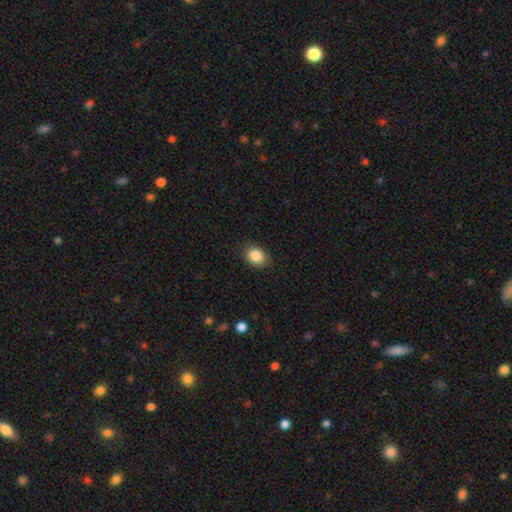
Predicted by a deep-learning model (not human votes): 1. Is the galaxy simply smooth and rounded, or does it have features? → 87% smooth, 8% star or artifact, 4% featured or disk.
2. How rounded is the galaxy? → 58% in between, 41% round, 1% cigar-shaped.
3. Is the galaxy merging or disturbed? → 85% none, 11% minor disturbance, 3% major disturbance, 1% merger.